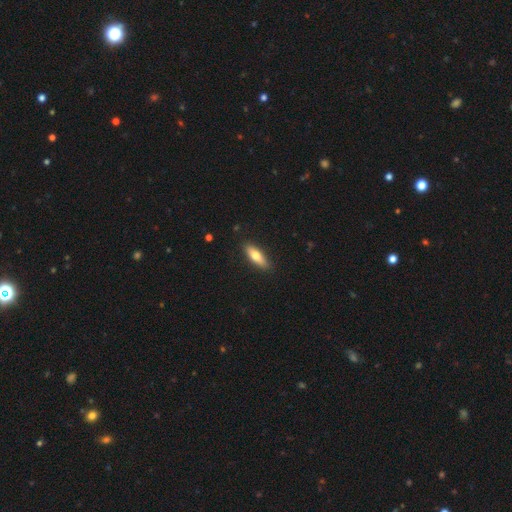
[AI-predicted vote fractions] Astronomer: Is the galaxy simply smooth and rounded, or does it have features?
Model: smooth — 67%.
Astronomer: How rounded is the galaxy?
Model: in between — 50% (runner-up: cigar-shaped, 47%).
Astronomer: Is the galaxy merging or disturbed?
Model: none — 89%.